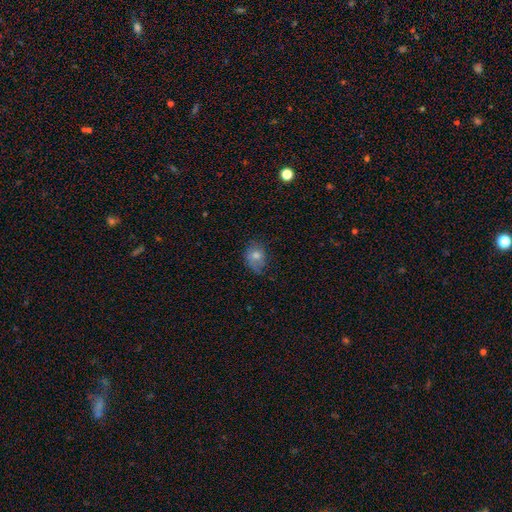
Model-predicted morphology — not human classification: A smooth galaxy with no disk features (64%) that is in between round and cigar-shaped (57%). Merging: none (55%).